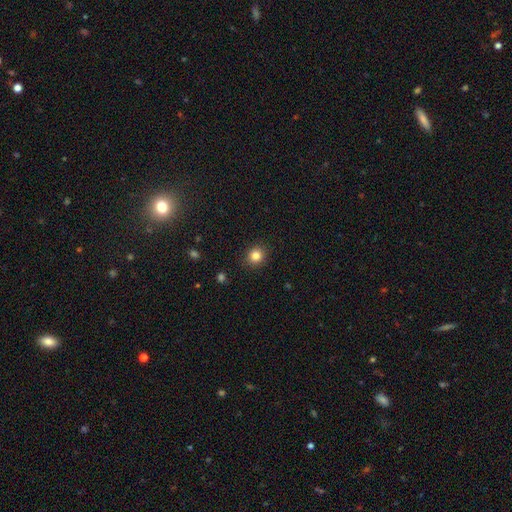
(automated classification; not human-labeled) Smooth or featured? smooth (83%)
How rounded? round (82%)
Merging? none (91%)